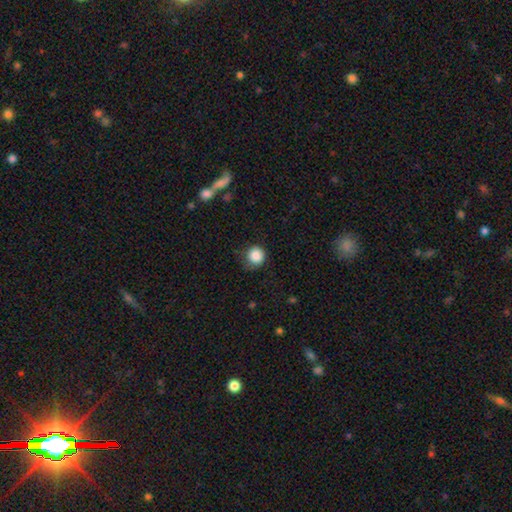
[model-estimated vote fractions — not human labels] This appears to be a smooth galaxy with no disk features (86%) that is round (91%). Merging: none (65%).